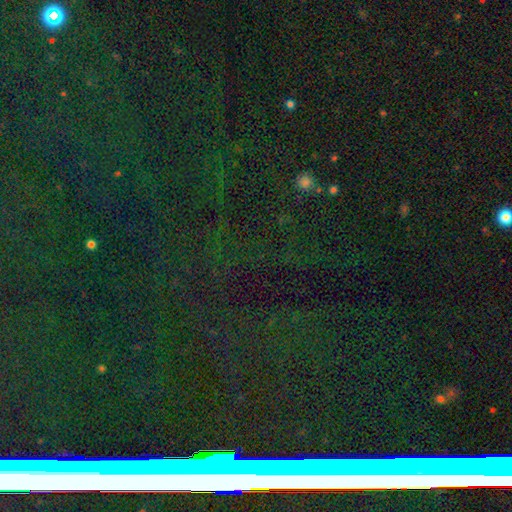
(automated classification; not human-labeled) Overall: star or artifact (78%).